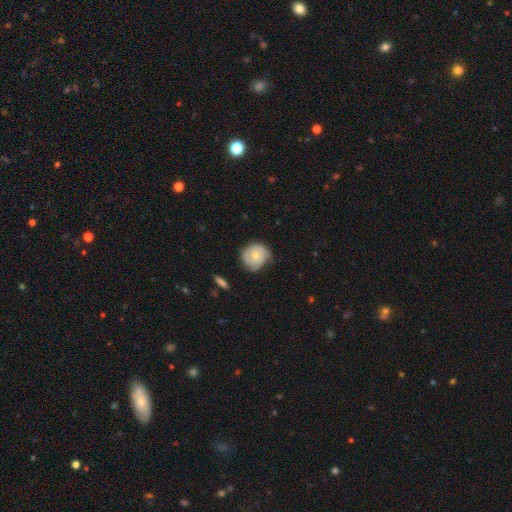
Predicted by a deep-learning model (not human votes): The model was most divided on "smooth or featured": smooth: 57%, featured or disk: 36%, star or artifact: 7%. More confident: how rounded — round (84%); merging — none (59%).